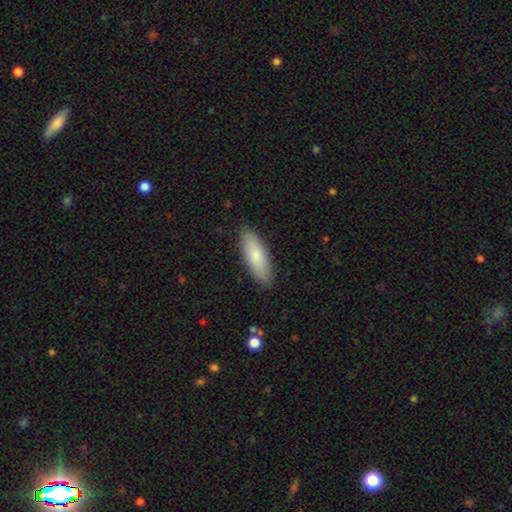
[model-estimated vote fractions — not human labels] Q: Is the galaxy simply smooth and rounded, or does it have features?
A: smooth — 81%.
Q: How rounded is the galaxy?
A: in between — 63%.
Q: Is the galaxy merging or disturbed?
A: none — 87%.